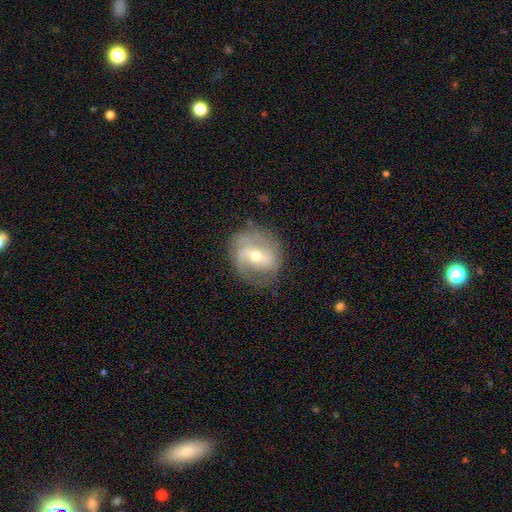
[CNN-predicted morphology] type=featured or disk (79%); edge-on=no (96%); bar=weak (44%); spiral arms=yes (90%); winding=medium (44%); arm count=2 (68%); bulge=moderate (50%); merging=none (72%).